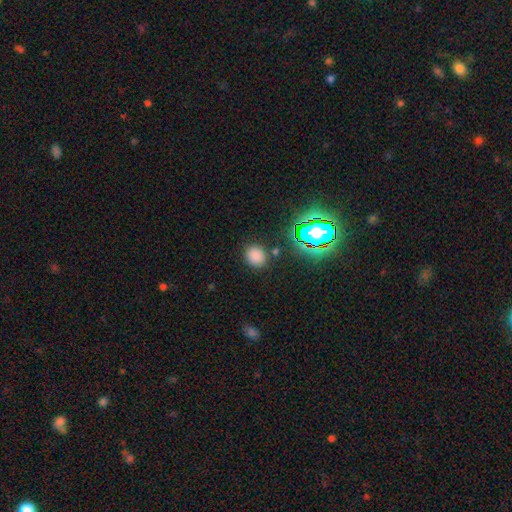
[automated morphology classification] smooth_or_featured: smooth (p=0.77) [alt: star or artifact p=0.18]
how_rounded: round (p=0.74) [alt: in between p=0.25]
merging: none (p=0.85) [alt: minor disturbance p=0.09]